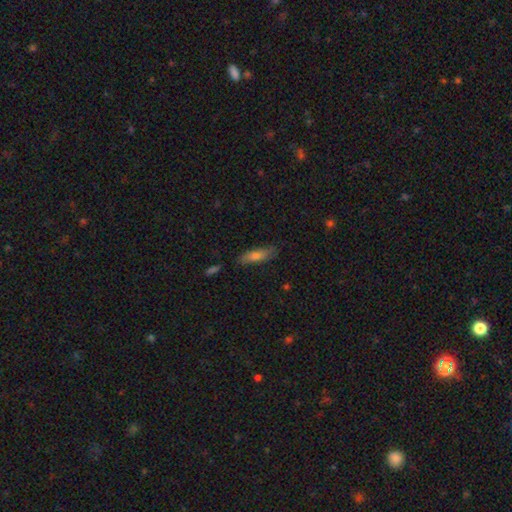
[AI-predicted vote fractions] Smooth or featured: smooth — 72% (featured or disk — 20%)
How rounded: cigar-shaped — 58% (in between — 40%)
Merging: none — 79% (minor disturbance — 16%)